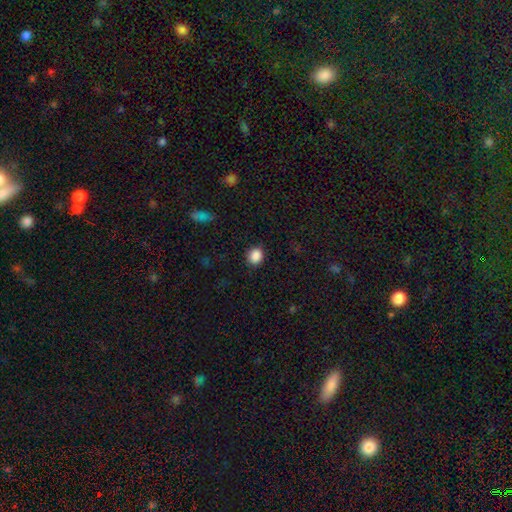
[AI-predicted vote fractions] Smooth or featured: smooth — 88% (star or artifact — 9%)
How rounded: round — 70% (in between — 29%)
Merging: none — 88% (minor disturbance — 8%)